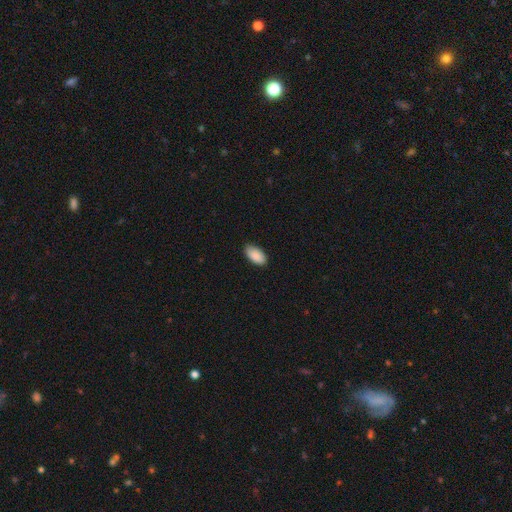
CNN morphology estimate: Smooth or featured? smooth (90%)
How rounded? in between (95%)
Merging? none (85%)